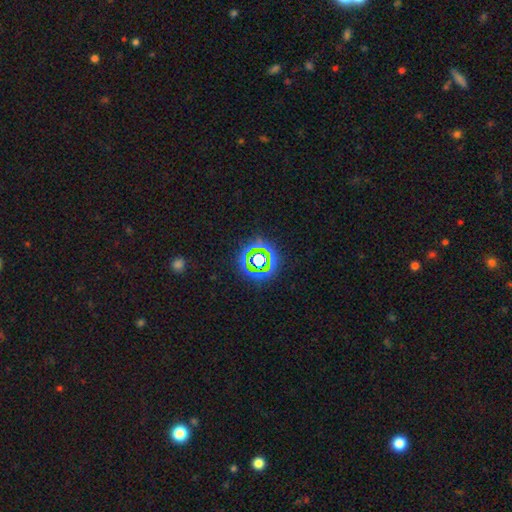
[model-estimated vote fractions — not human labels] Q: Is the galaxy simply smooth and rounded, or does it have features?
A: star or artifact — 65%.